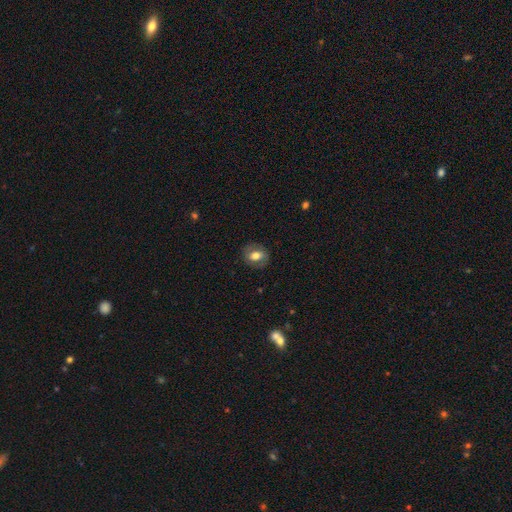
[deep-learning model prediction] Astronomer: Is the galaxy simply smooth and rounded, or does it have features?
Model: smooth — 66%.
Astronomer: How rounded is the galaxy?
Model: in between — 52% (runner-up: round, 47%).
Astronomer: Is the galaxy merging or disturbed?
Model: none — 83%.